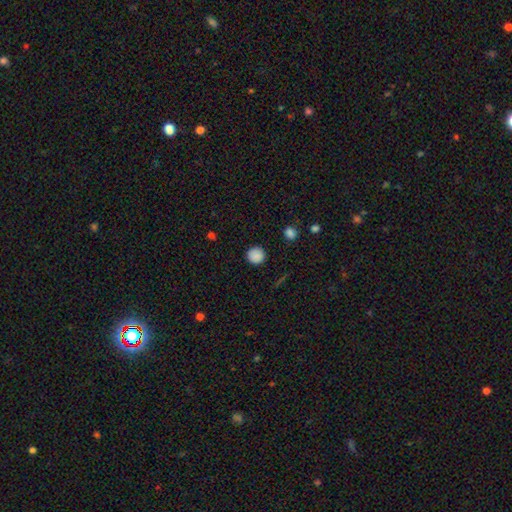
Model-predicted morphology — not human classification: Smooth or featured? Predicted: smooth (p=0.87). How rounded? Predicted: round (p=0.94). Merging? Predicted: none (p=0.91).